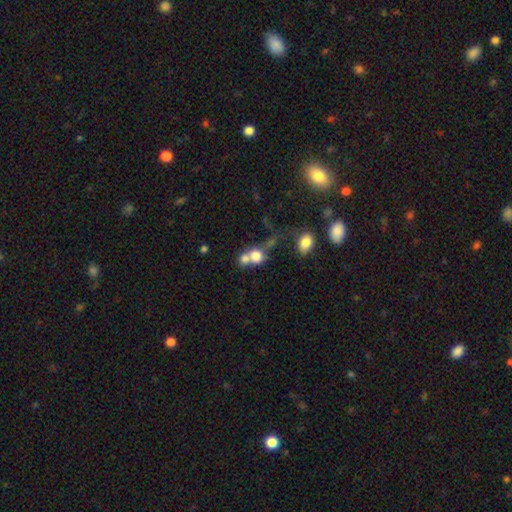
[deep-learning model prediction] A smooth galaxy with no disk features (72%) that is round (72%). Merging: merger (62%).